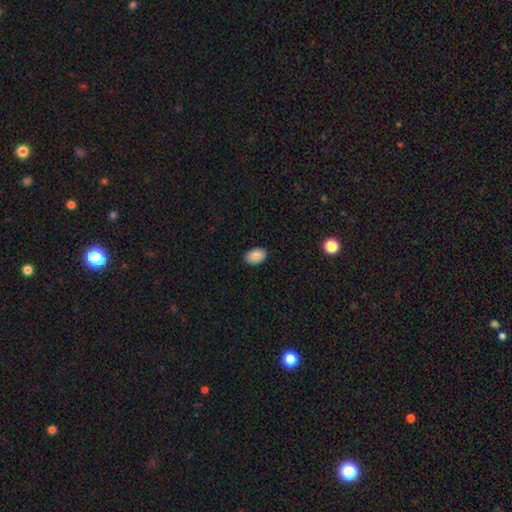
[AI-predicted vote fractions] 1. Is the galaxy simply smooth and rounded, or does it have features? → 87% smooth, 7% star or artifact, 6% featured or disk.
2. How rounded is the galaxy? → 87% in between, 12% round, 1% cigar-shaped.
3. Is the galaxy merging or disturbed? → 89% none, 9% minor disturbance, 2% major disturbance, 1% merger.